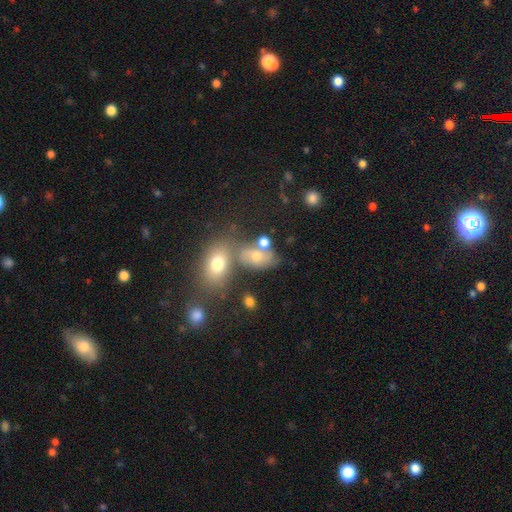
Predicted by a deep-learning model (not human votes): A smooth galaxy with no disk features (57%) that is in between round and cigar-shaped (80%).

Vote fractions:
- Smooth or featured? smooth: 57% / featured or disk: 27% / star or artifact: 15%
- How rounded? in between: 80% / round: 17% / cigar-shaped: 3%
- Merging? none: 44% / merger: 31% / minor disturbance: 16% / major disturbance: 9%